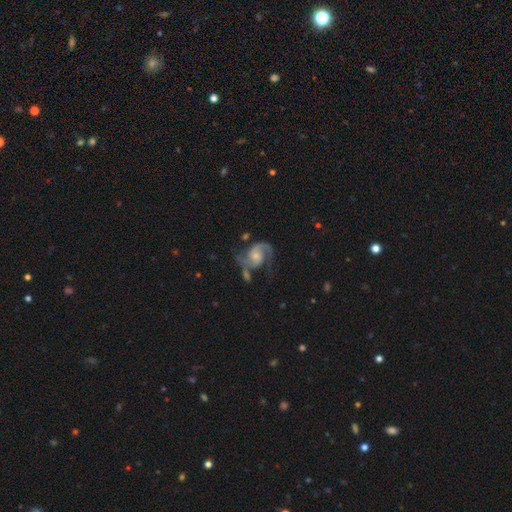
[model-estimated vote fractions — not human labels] Smooth or featured?
  - featured or disk: 89% *
  - smooth: 6%
  - star or artifact: 5%
Edge-on disk?
  - no: 98% *
  - yes: 2%
Bar?
  - no: 59% *
  - weak: 34%
  - strong: 7%
Spiral arms?
  - yes: 97% *
  - no: 3%
Spiral winding?
  - medium: 57% *
  - loose: 24%
  - tight: 19%
Spiral arm count?
  - 2: 89% *
  - 1: 4%
  - can't tell: 3%
  - 3: 2%
  - 4: 1%
  - more than 4: 1%
Bulge size?
  - small: 45% *
  - moderate: 38%
  - none: 10%
  - large: 5%
  - dominant: 1%
Merging?
  - none: 58% *
  - minor disturbance: 20%
  - major disturbance: 14%
  - merger: 8%